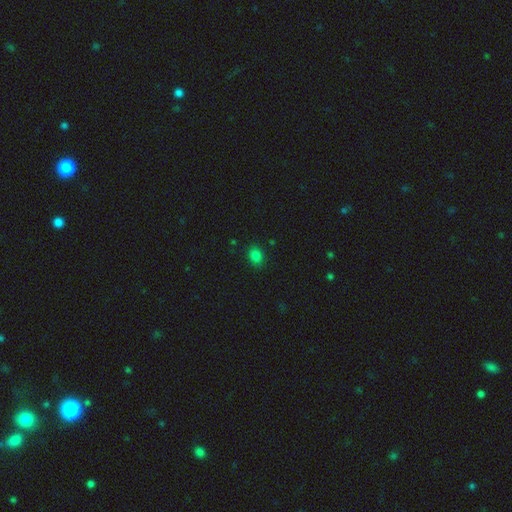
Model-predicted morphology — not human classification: smooth-or-featured: smooth: 81% | star or artifact: 15% | featured or disk: 4%
  how-rounded: in between: 53% | round: 46% | cigar-shaped: 1%
  merging: none: 88% | minor disturbance: 9% | major disturbance: 2% | merger: 1%